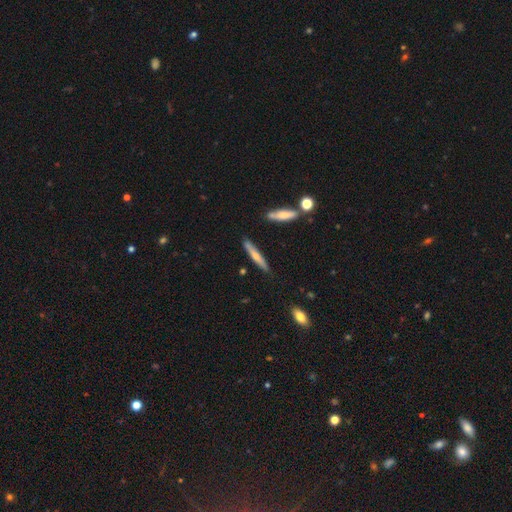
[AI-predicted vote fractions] A smooth galaxy with no disk features (51%) that is cigar-shaped (91%).

Vote fractions:
- Smooth or featured? smooth: 51% / featured or disk: 43% / star or artifact: 6%
- How rounded? cigar-shaped: 91% / in between: 7% / round: 2%
- Merging? none: 84% / minor disturbance: 11% / merger: 4% / major disturbance: 2%